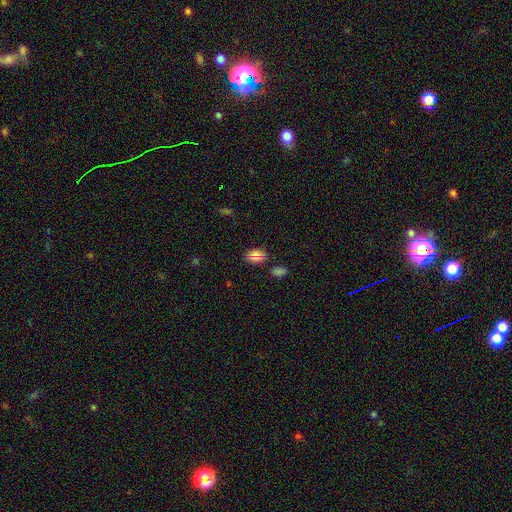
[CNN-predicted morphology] type=smooth (65%); roundness=in between (83%); merging=none (79%).